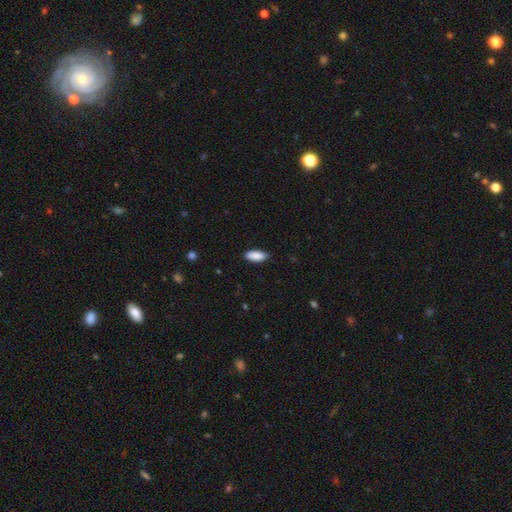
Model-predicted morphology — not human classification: A smooth galaxy with no disk features (89%) that is in between round and cigar-shaped (83%). Merging: none (85%).